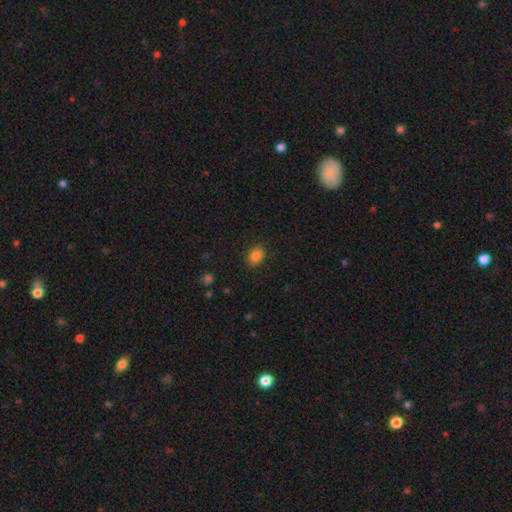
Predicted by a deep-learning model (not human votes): This appears to be a smooth galaxy with no disk features (85%) that is in between round and cigar-shaped (60%). Merging: none (86%).